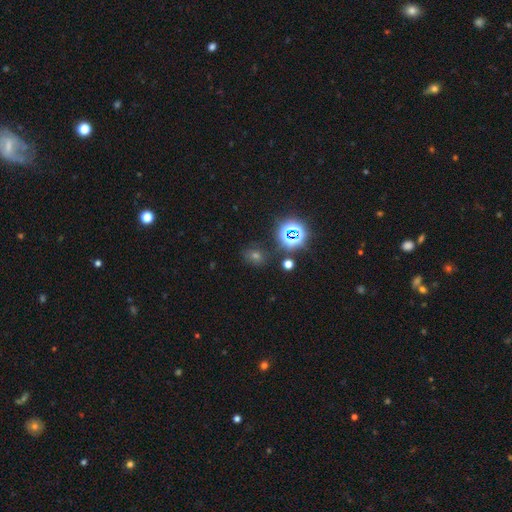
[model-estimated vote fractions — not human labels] Smooth or featured? star or artifact (46%)